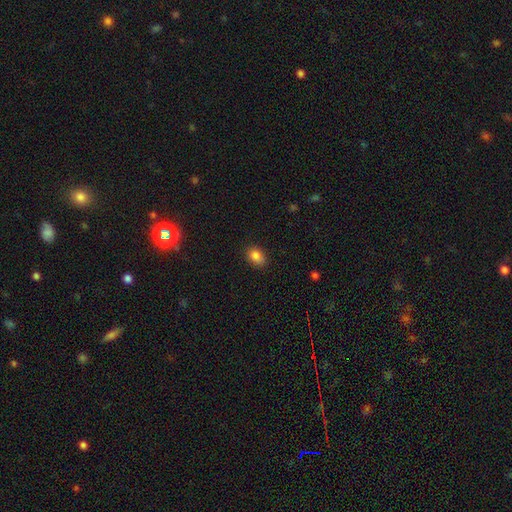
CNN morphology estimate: type=smooth (85%); roundness=in between (74%); merging=none (84%).